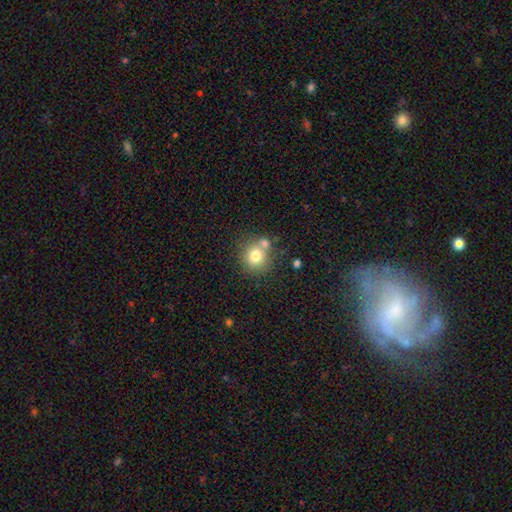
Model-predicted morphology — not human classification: smooth 76%, featured or disk 12%, star or artifact 11%. Down the decision tree: how rounded — round (87%); merging — none (60%).